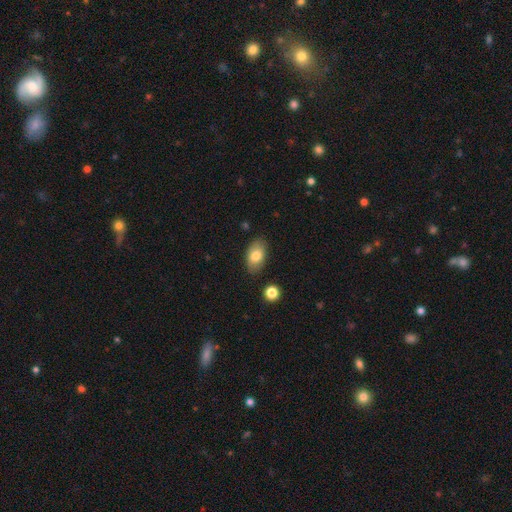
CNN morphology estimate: Smooth or featured: smooth — 80% (featured or disk — 13%)
How rounded: in between — 92% (round — 6%)
Merging: none — 84% (minor disturbance — 12%)